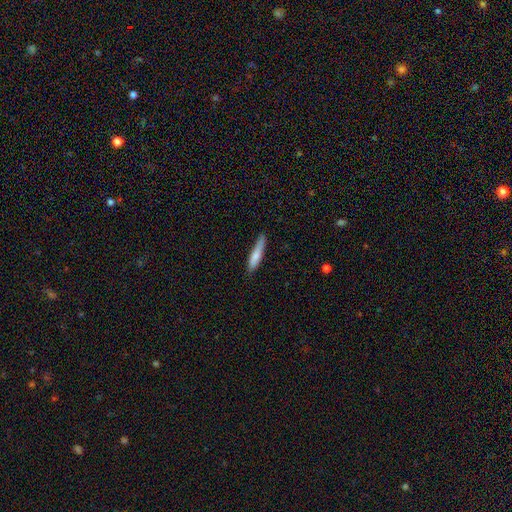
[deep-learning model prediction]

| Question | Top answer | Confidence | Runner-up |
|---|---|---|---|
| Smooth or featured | smooth | 76% | featured or disk (18%) |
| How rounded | cigar-shaped | 85% | in between (14%) |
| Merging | none | 74% | minor disturbance (21%) |